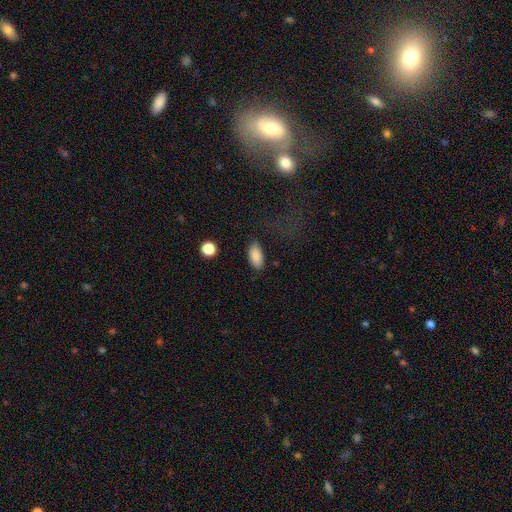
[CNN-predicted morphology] Smooth or featured? smooth (87%)
How rounded? in between (93%)
Merging? none (83%)